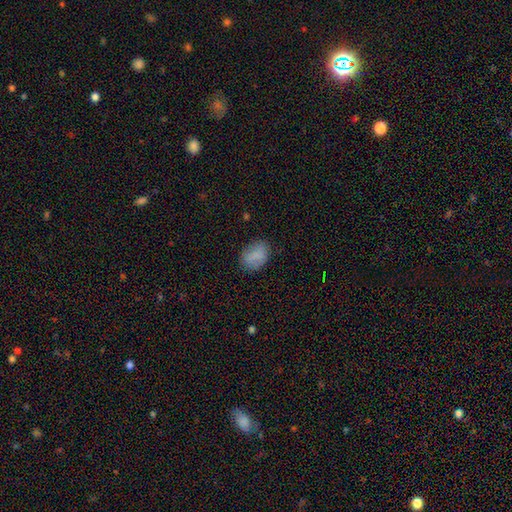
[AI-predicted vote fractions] Smooth or featured? smooth (83%)
How rounded? in between (77%)
Merging? none (78%)